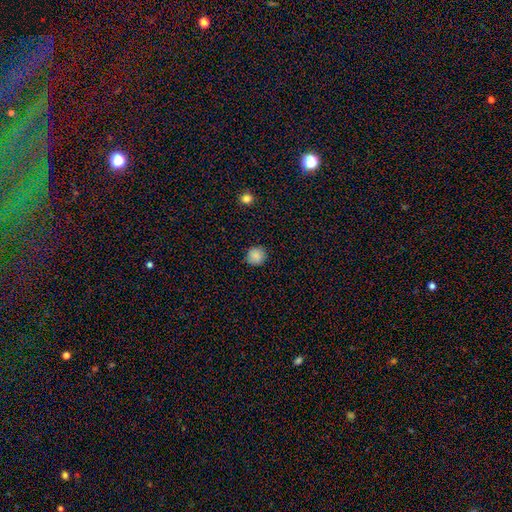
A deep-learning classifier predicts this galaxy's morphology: Q: Smooth or featured?
A: smooth (87%); runner-up: star or artifact (10%)
Q: How rounded?
A: round (93%); runner-up: in between (6%)
Q: Merging?
A: none (89%); runner-up: minor disturbance (8%)